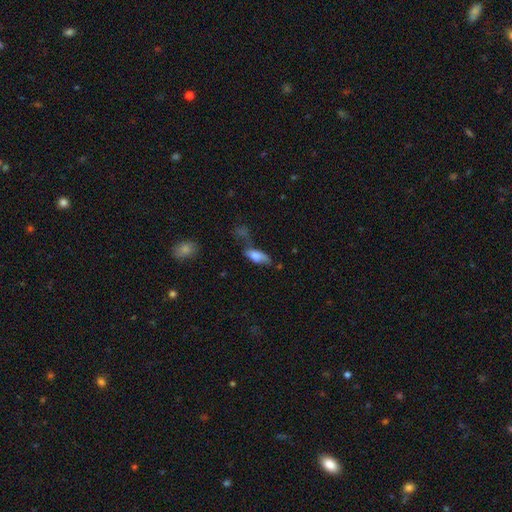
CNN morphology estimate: The model was most divided on "merging": none: 38%, minor disturbance: 29%, major disturbance: 22%, merger: 11%. More confident: how rounded — in between (73%); smooth or featured — smooth (67%).